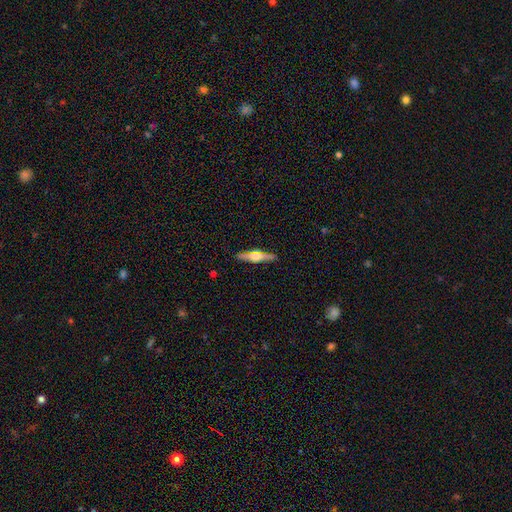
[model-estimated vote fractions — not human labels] Q: Smooth or featured?
A: featured or disk (65%); runner-up: smooth (29%)
Q: Edge-on disk?
A: yes (96%); runner-up: no (4%)
Q: Edge-on bulge?
A: rounded (92%); runner-up: boxy (5%)
Q: Merging?
A: none (89%); runner-up: minor disturbance (8%)